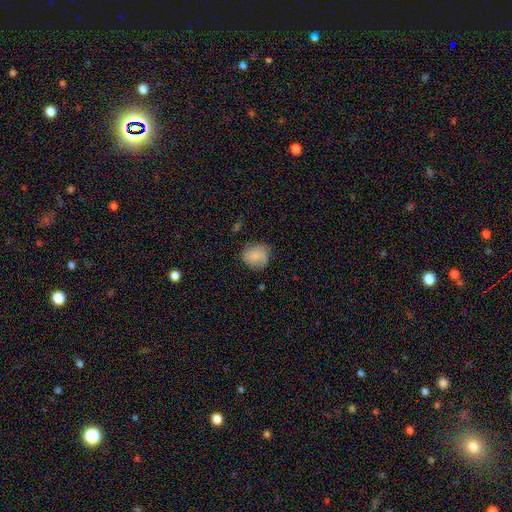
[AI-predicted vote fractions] smooth_or_featured: smooth (p=0.74) [alt: featured or disk p=0.17]
how_rounded: round (p=0.75) [alt: in between p=0.24]
merging: none (p=0.68) [alt: minor disturbance p=0.24]